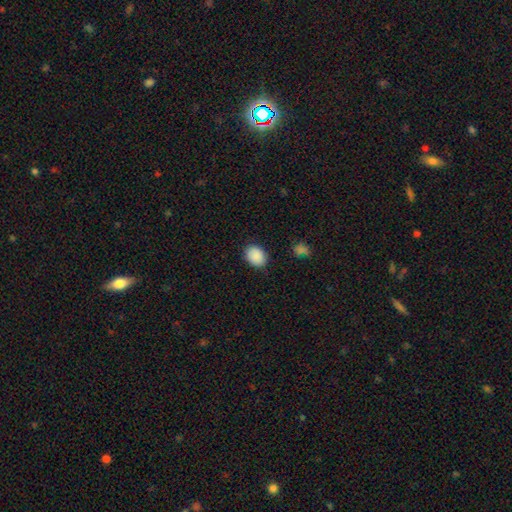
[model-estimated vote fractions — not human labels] smooth 89%, star or artifact 8%, featured or disk 3%. Down the decision tree: how rounded — in between (57%); merging — none (85%).